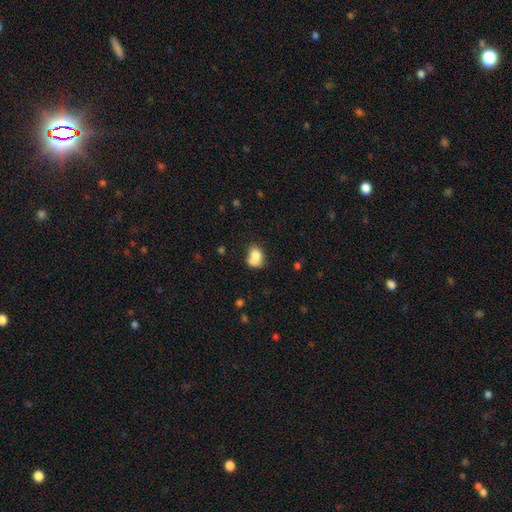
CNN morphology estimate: Smooth or featured? Predicted: smooth (p=0.77). How rounded? Predicted: in between (p=0.61). Merging? Predicted: merger (p=0.37).